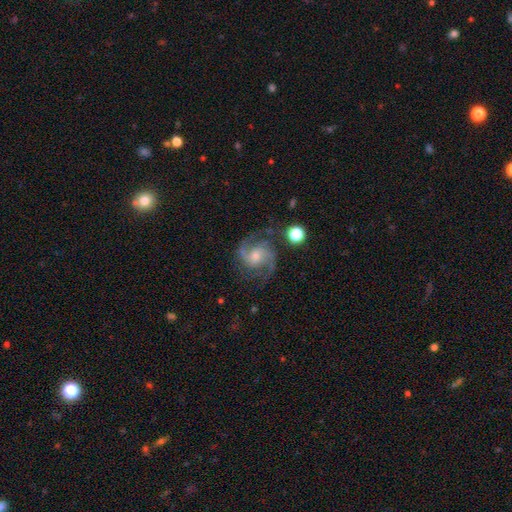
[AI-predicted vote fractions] smooth-or-featured: featured or disk: 89% | star or artifact: 6% | smooth: 5%
  disk-edge-on: no: 98% | yes: 2%
    bar: no: 53% | weak: 38% | strong: 9%
    has-spiral-arms: yes: 98% | no: 2%
      spiral-winding: medium: 60% | tight: 23% | loose: 17%
      spiral-arm-count: 2: 83% | 3: 8% | can't tell: 3% | 1: 2% | 4: 2% | more than 4: 2%
    bulge-size: small: 46% | moderate: 45% | none: 4% | large: 4% | dominant: 1%
  merging: none: 78% | minor disturbance: 14% | major disturbance: 6% | merger: 2%